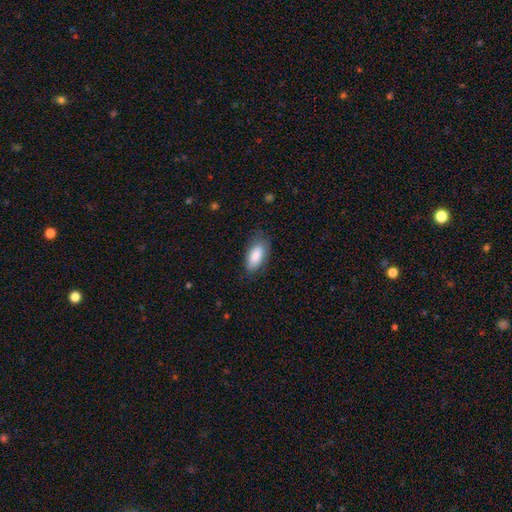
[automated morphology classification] Q: Smooth or featured?
A: smooth (85%); runner-up: featured or disk (9%)
Q: How rounded?
A: in between (88%); runner-up: cigar-shaped (9%)
Q: Merging?
A: none (76%); runner-up: minor disturbance (18%)